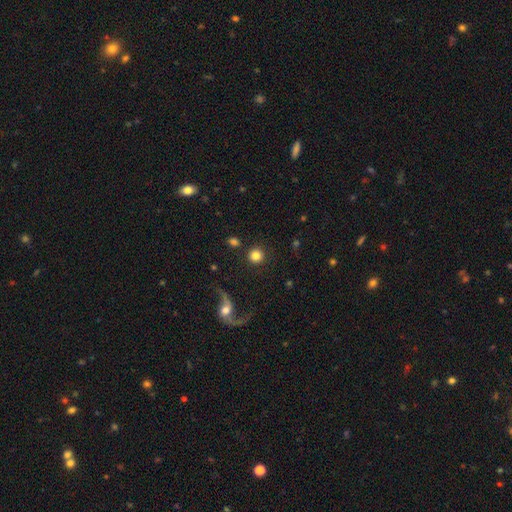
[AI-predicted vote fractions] Smooth or featured: smooth — 81% (star or artifact — 10%)
How rounded: round — 95% (in between — 4%)
Merging: none — 88% (minor disturbance — 5%)